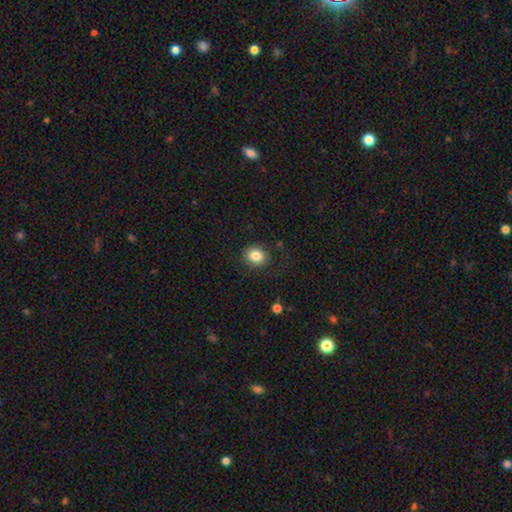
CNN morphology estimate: smooth-or-featured: smooth: 84% | star or artifact: 10% | featured or disk: 7%
  how-rounded: round: 64% | in between: 35% | cigar-shaped: 1%
  merging: none: 85% | minor disturbance: 10% | major disturbance: 3% | merger: 1%